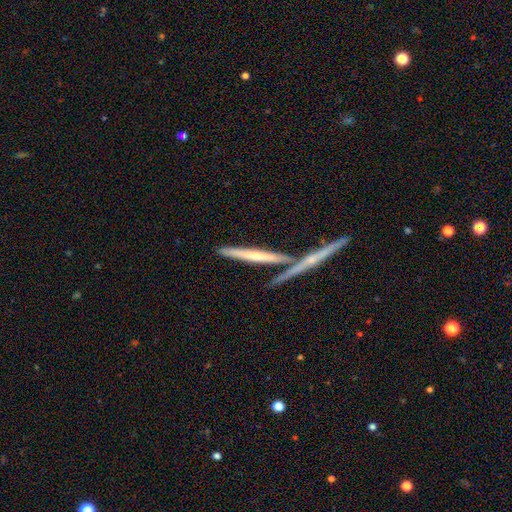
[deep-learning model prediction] This appears to be a featured or disk galaxy (48%). Merging: none (66%).